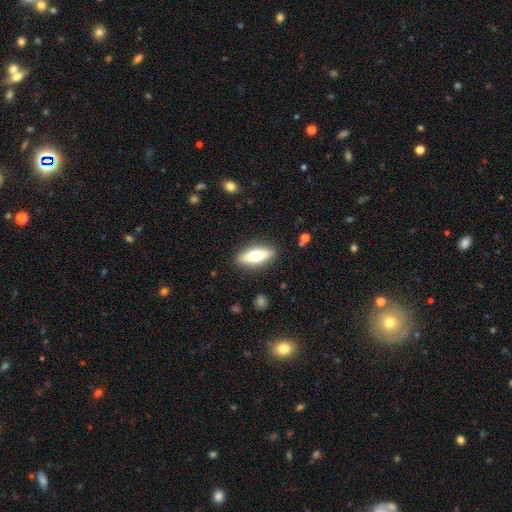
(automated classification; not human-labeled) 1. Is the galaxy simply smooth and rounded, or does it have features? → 54% smooth, 39% featured or disk, 6% star or artifact.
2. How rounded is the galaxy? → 57% in between, 40% cigar-shaped, 3% round.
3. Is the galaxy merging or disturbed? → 88% none, 8% minor disturbance, 2% major disturbance, 1% merger.